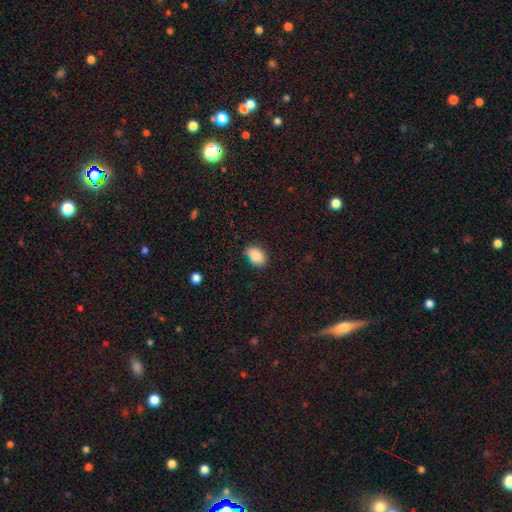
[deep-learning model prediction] Smooth or featured? smooth (87%)
How rounded? in between (83%)
Merging? none (78%)